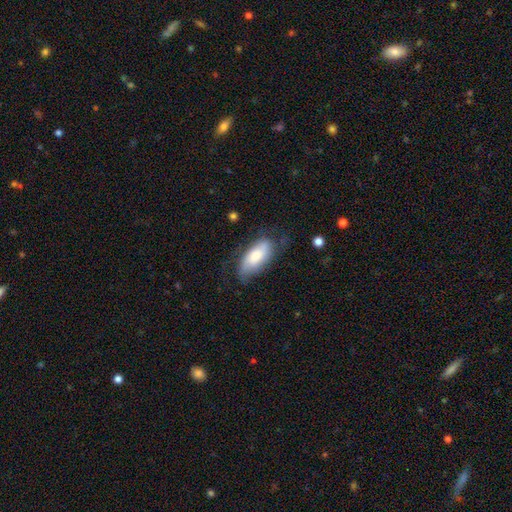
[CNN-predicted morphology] smooth 62%, featured or disk 32%, star or artifact 7%. Down the decision tree: how rounded — in between (84%); merging — none (62%).